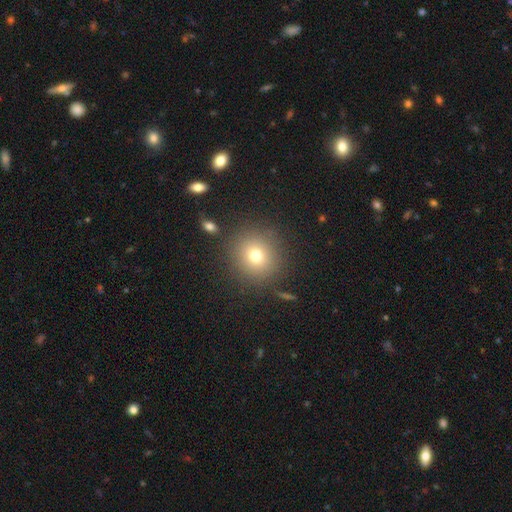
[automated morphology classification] smooth_or_featured: smooth (p=0.74) [alt: star or artifact p=0.15]
how_rounded: round (p=0.90) [alt: in between p=0.09]
merging: none (p=0.87) [alt: minor disturbance p=0.07]